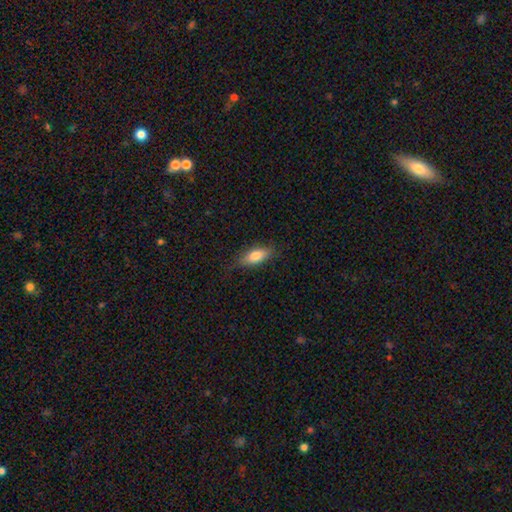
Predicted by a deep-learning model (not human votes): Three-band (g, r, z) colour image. It shows a smooth galaxy with no disk features (76%) that is in between round and cigar-shaped (74%). Merging: none (79%).